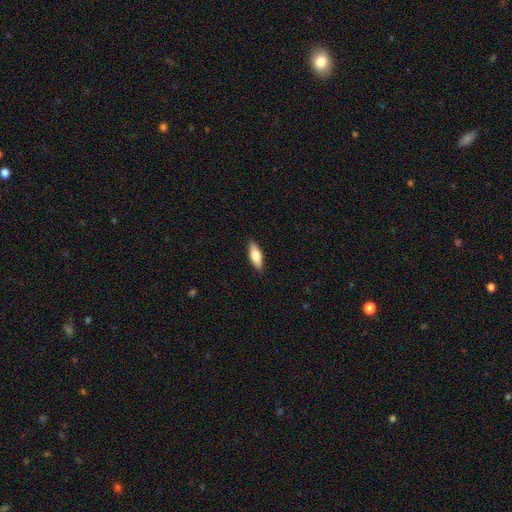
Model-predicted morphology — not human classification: Smooth or featured?
  - smooth: 72% *
  - featured or disk: 22%
  - star or artifact: 6%
How rounded?
  - in between: 65% *
  - cigar-shaped: 33%
  - round: 2%
Merging?
  - none: 88% *
  - minor disturbance: 9%
  - major disturbance: 2%
  - merger: 1%